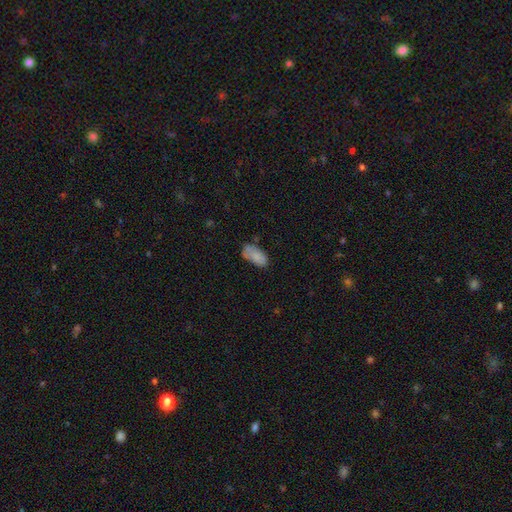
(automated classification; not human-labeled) This is likely a smooth galaxy (78%). How rounded: clearly in between (93%). Merging: possibly none (57%).